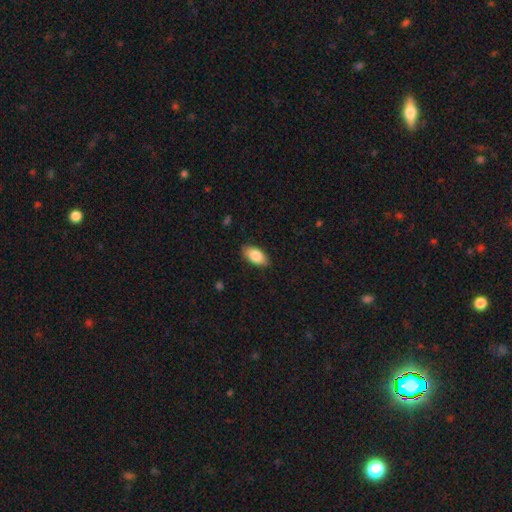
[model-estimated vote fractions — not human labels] Smooth or featured?
  - smooth: 85% *
  - featured or disk: 9%
  - star or artifact: 6%
How rounded?
  - in between: 93% *
  - cigar-shaped: 4%
  - round: 3%
Merging?
  - none: 86% *
  - minor disturbance: 11%
  - major disturbance: 2%
  - merger: 1%